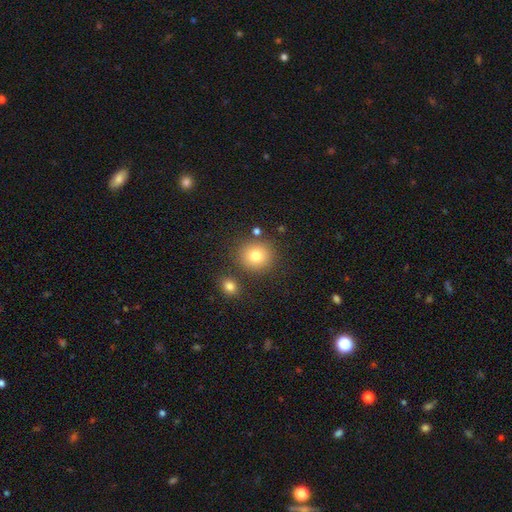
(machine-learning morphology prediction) smooth-or-featured: smooth: 79% | star or artifact: 11% | featured or disk: 9%
  how-rounded: round: 86% | in between: 13% | cigar-shaped: 1%
  merging: none: 81% | minor disturbance: 9% | merger: 7% | major disturbance: 3%